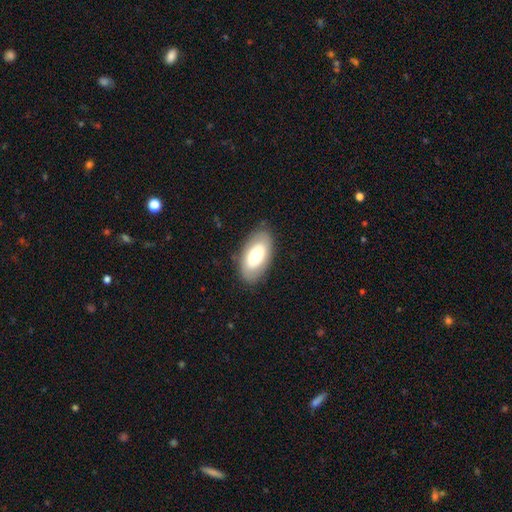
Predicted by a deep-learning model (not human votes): smooth-or-featured: smooth: 59% | featured or disk: 35% | star or artifact: 6%
  how-rounded: in between: 94% | round: 4% | cigar-shaped: 2%
  merging: none: 83% | minor disturbance: 12% | major disturbance: 4% | merger: 1%